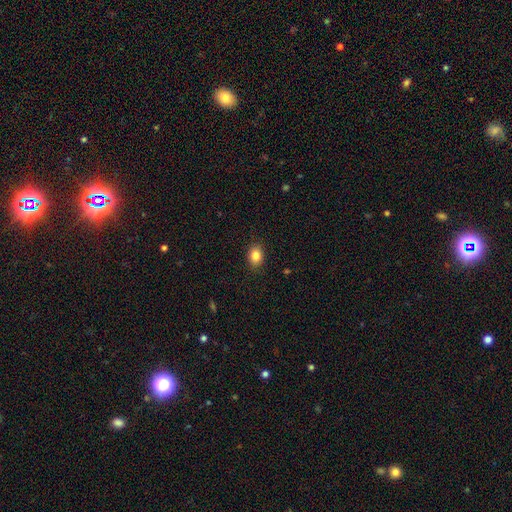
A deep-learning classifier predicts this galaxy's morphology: Smooth or featured: smooth — 84% (star or artifact — 9%)
How rounded: in between — 67% (round — 32%)
Merging: none — 89% (minor disturbance — 8%)